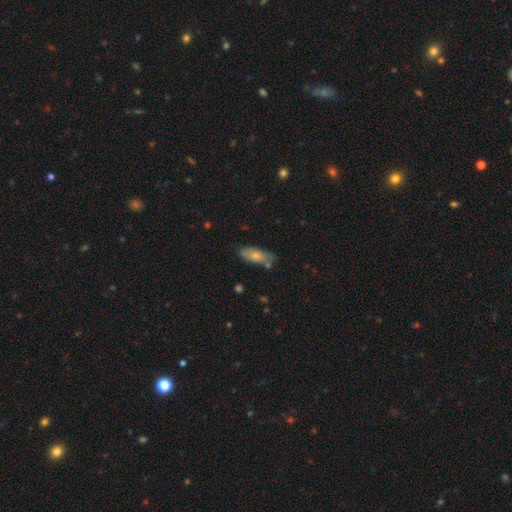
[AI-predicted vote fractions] Q: Smooth or featured?
A: smooth (74%); runner-up: featured or disk (19%)
Q: How rounded?
A: in between (76%); runner-up: cigar-shaped (21%)
Q: Merging?
A: none (68%); runner-up: minor disturbance (21%)